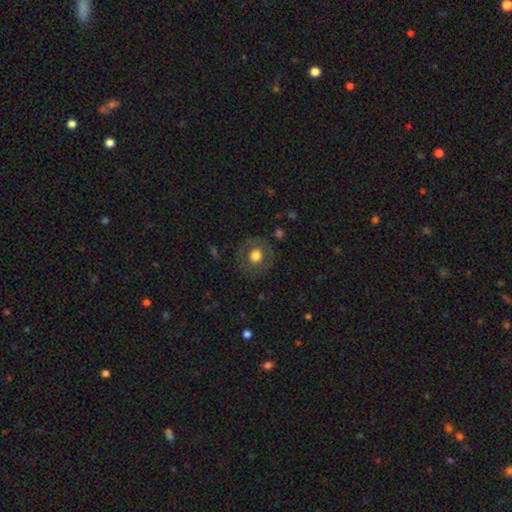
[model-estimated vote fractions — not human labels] Smooth or featured?
  - smooth: 62% *
  - featured or disk: 30%
  - star or artifact: 9%
How rounded?
  - round: 89% *
  - in between: 10%
  - cigar-shaped: 1%
Merging?
  - none: 83% *
  - minor disturbance: 11%
  - major disturbance: 5%
  - merger: 1%